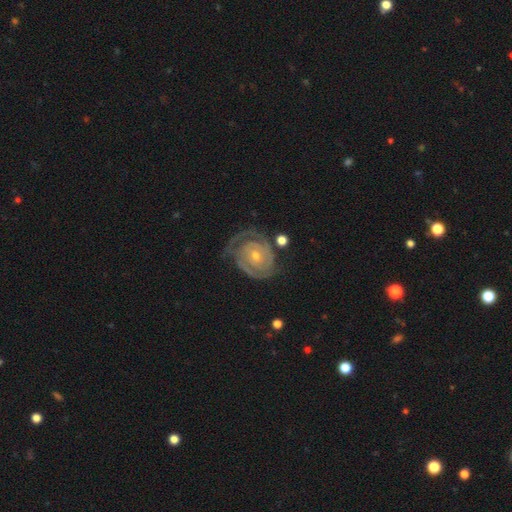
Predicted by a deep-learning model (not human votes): The model was most divided on "bulge size": small: 61%, moderate: 36%, large: 1%, none: 1%, dominant: 1%. More confident: edge-on disk — no (97%); spiral arms — yes (96%); smooth or featured — featured or disk (88%); spiral winding — tight (78%); bar — no (70%); merging — none (65%); spiral arm count — 2 (57%).